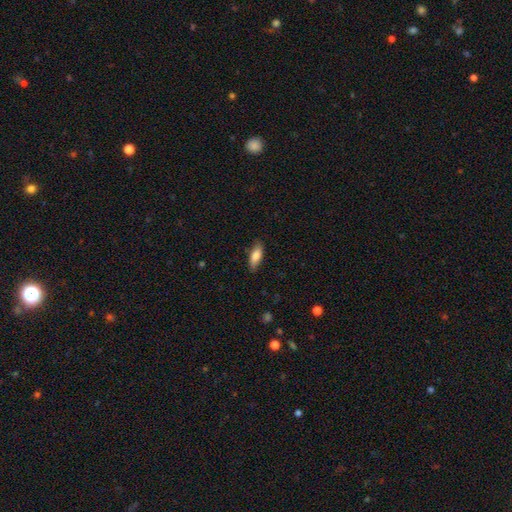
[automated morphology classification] Overall: smooth (80%). How rounded: in between (66%; cigar-shaped 32%). Merging: none (83%).